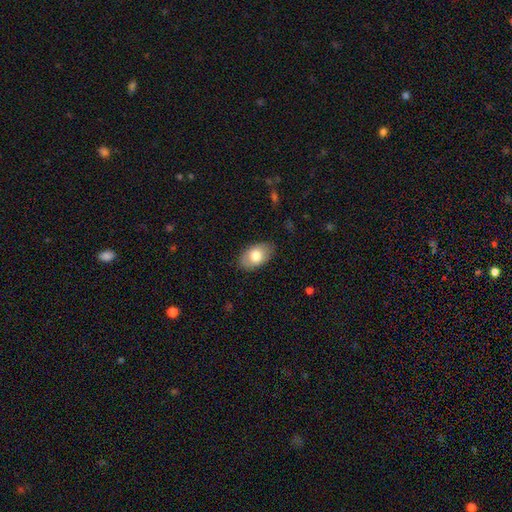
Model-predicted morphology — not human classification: smooth 77%, featured or disk 17%, star or artifact 6%. Down the decision tree: how rounded — in between (92%); merging — none (85%).